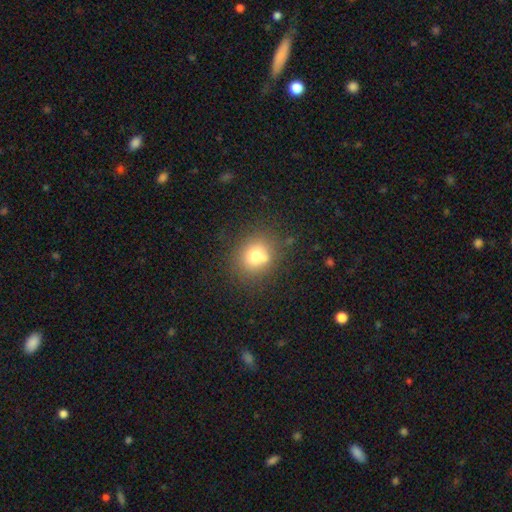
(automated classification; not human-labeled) Morphology: type=smooth (72%); roundness=round (75%); merging=none (67%).